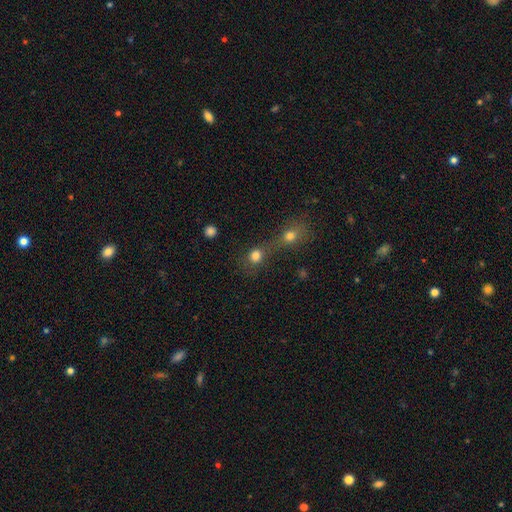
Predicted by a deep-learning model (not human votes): Smooth or featured: smooth — 79% (star or artifact — 13%)
How rounded: round — 79% (in between — 20%)
Merging: merger — 49% (none — 38%)